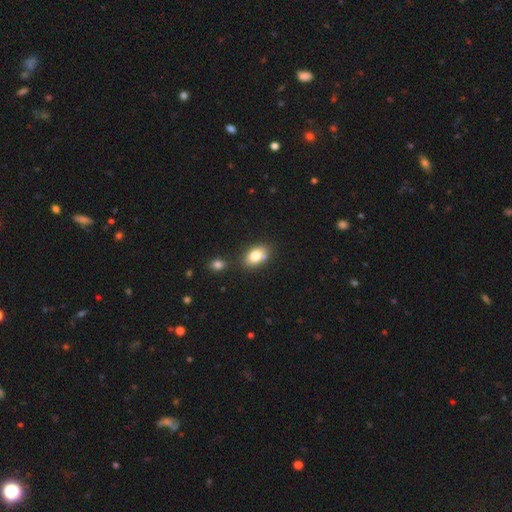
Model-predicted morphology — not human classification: type=smooth (79%); roundness=in between (83%); merging=none (70%).